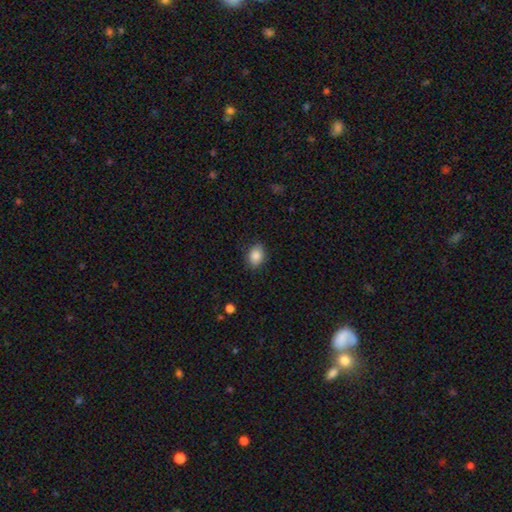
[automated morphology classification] smooth-or-featured: smooth: 87% | star or artifact: 8% | featured or disk: 5%
  how-rounded: in between: 77% | round: 21% | cigar-shaped: 1%
  merging: none: 86% | minor disturbance: 11% | major disturbance: 3% | merger: 1%